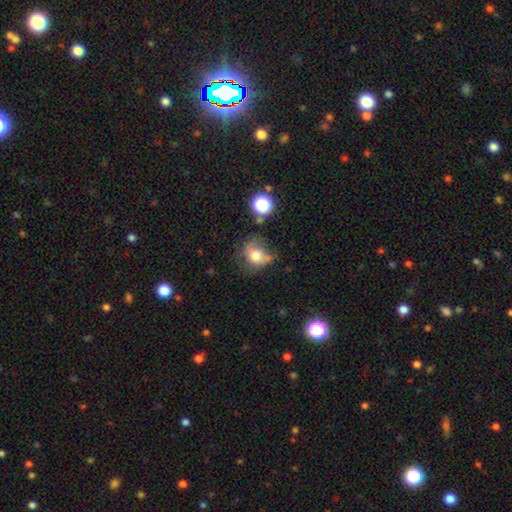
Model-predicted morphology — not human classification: Smooth or featured?
  - smooth: 66% *
  - featured or disk: 21%
  - star or artifact: 13%
How rounded?
  - round: 61% *
  - in between: 38%
  - cigar-shaped: 1%
Merging?
  - none: 36% *
  - minor disturbance: 30%
  - major disturbance: 25%
  - merger: 8%